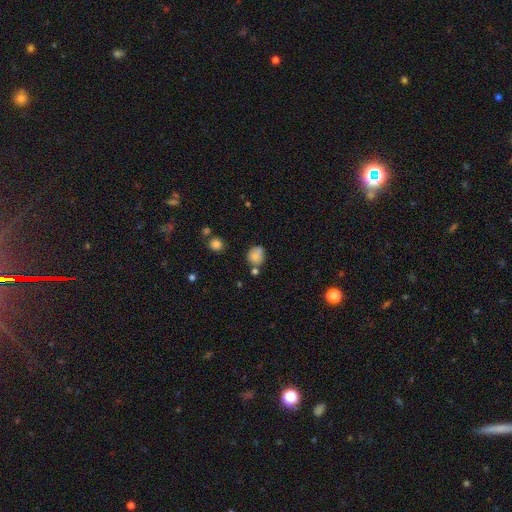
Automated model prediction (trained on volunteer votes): The model was most divided on "merging": none: 61%, minor disturbance: 21%, merger: 12%, major disturbance: 5%. More confident: smooth or featured — smooth (79%); how rounded — round (72%).